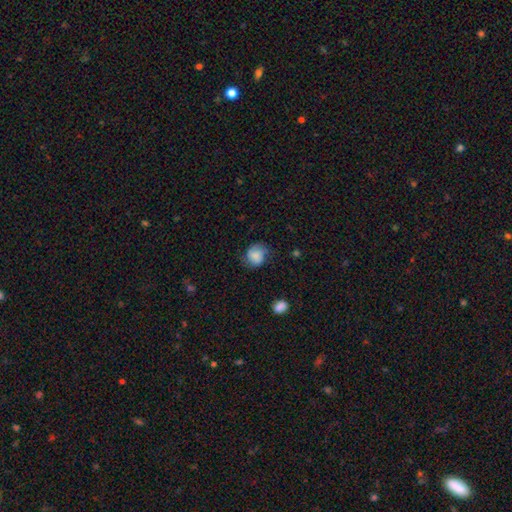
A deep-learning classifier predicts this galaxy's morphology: smooth 75%, featured or disk 17%, star or artifact 8%. Down the decision tree: how rounded — round (69%); merging — none (62%).